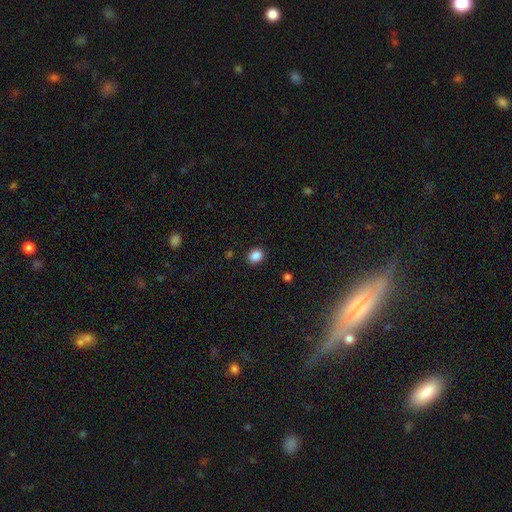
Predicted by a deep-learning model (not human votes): This appears to be a smooth galaxy with no disk features (87%) that is round (50%, tied with in between). Merging: none (89%).